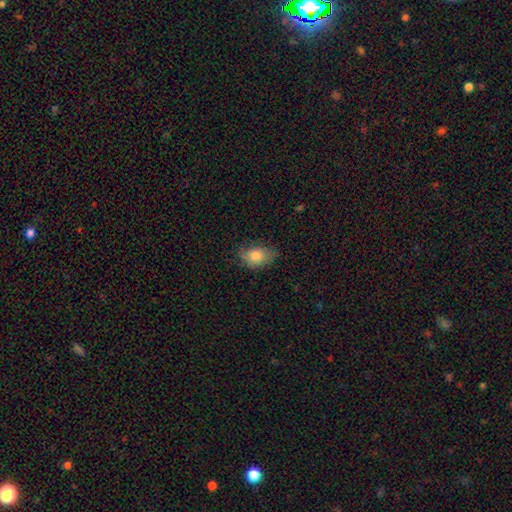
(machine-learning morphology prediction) smooth-or-featured: smooth: 81% | featured or disk: 11% | star or artifact: 8%
  how-rounded: in between: 80% | round: 19% | cigar-shaped: 2%
  merging: none: 68% | minor disturbance: 25% | major disturbance: 6% | merger: 1%